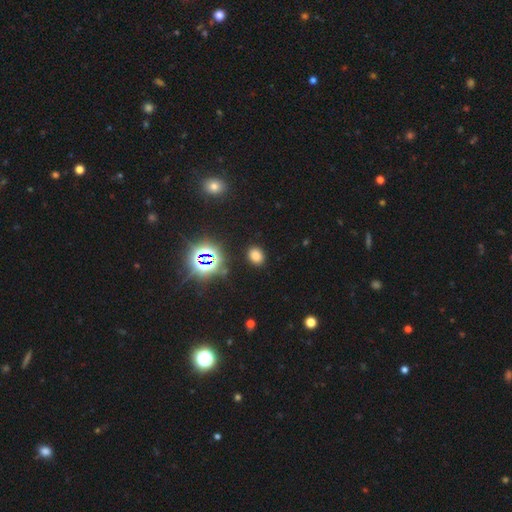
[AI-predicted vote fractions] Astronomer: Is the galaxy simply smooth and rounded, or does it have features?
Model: smooth — 70%.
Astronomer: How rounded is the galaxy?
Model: in between — 53% (runner-up: round, 46%).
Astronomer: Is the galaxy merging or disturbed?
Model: none — 89%.